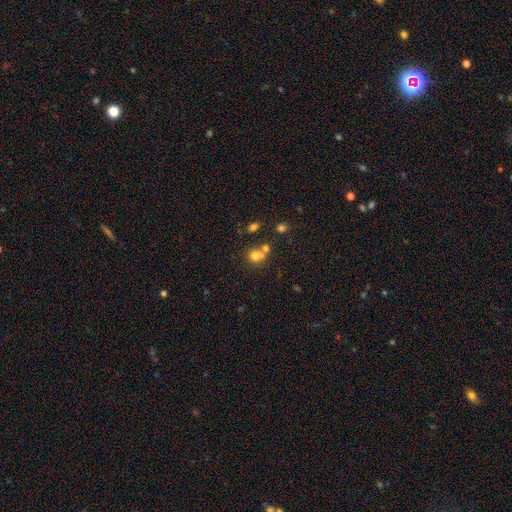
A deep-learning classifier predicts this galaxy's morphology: A smooth galaxy with no disk features (70%) that is round (72%). Merging: merger (51%).